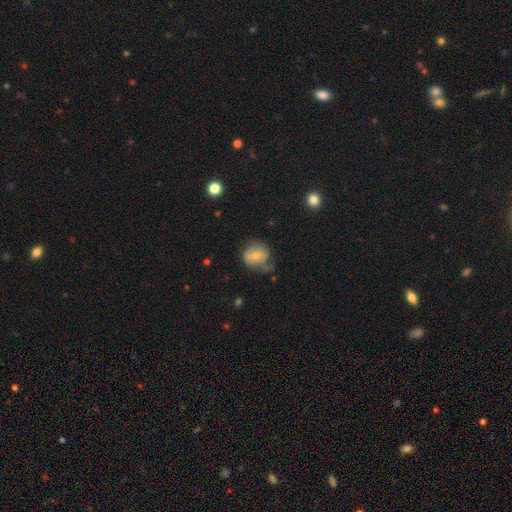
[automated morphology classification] smooth-or-featured: smooth: 54% | featured or disk: 38% | star or artifact: 8%
  how-rounded: round: 75% | in between: 24% | cigar-shaped: 1%
  merging: none: 49% | minor disturbance: 29% | major disturbance: 19% | merger: 3%